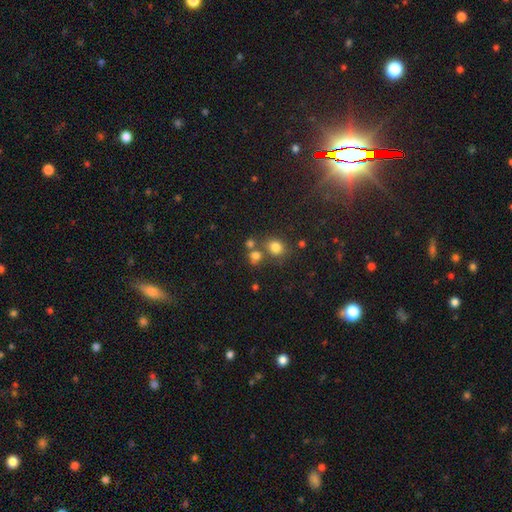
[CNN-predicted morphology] smooth-or-featured: smooth: 72% | star or artifact: 19% | featured or disk: 9%
  how-rounded: round: 74% | in between: 25% | cigar-shaped: 1%
  merging: none: 57% | merger: 29% | minor disturbance: 9% | major disturbance: 5%